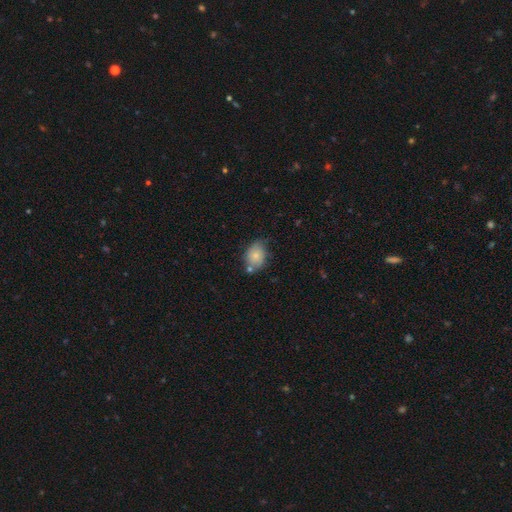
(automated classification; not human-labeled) smooth-or-featured: smooth: 69% | featured or disk: 23% | star or artifact: 8%
  how-rounded: in between: 69% | round: 30% | cigar-shaped: 1%
  merging: none: 51% | minor disturbance: 30% | merger: 11% | major disturbance: 8%